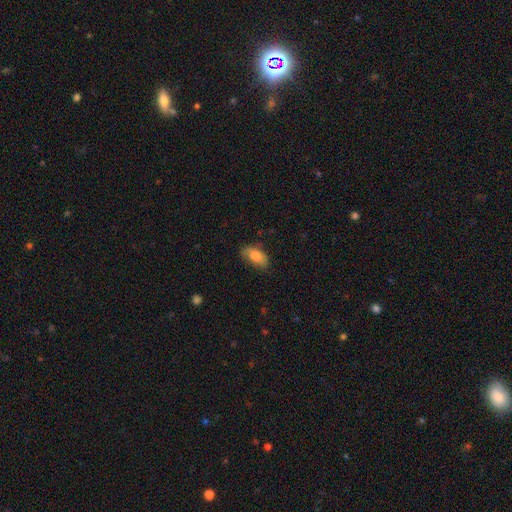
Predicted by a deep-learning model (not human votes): Morphology: type=smooth (79%); roundness=in between (91%); merging=none (63%).